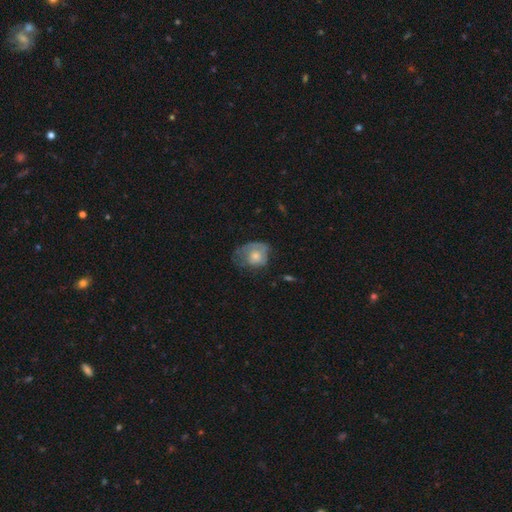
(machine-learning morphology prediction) Overall: smooth (56%; featured or disk 37%). How rounded: round (52%; in between 47%). Merging: minor disturbance (33%, tied with none).